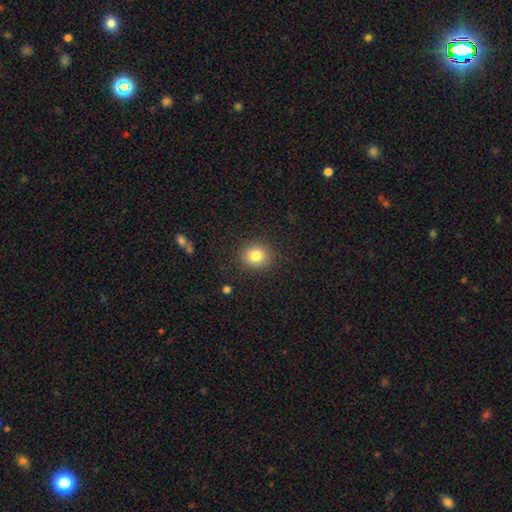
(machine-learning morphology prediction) Smooth or featured: smooth — 82% (star or artifact — 11%)
How rounded: round — 84% (in between — 15%)
Merging: none — 89% (minor disturbance — 7%)